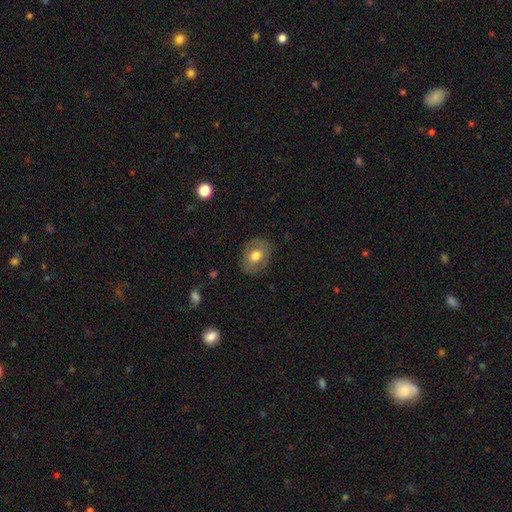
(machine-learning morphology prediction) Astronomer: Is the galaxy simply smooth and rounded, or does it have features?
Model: smooth — 64%.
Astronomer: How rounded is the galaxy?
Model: in between — 58% (runner-up: round, 41%).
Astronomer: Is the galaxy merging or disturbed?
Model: none — 82%.